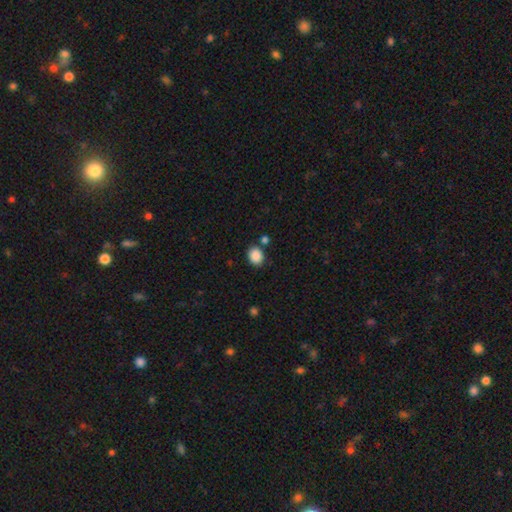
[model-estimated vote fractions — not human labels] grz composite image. It shows a smooth galaxy with no disk features (88%) that is round (53%). Merging: none (80%).